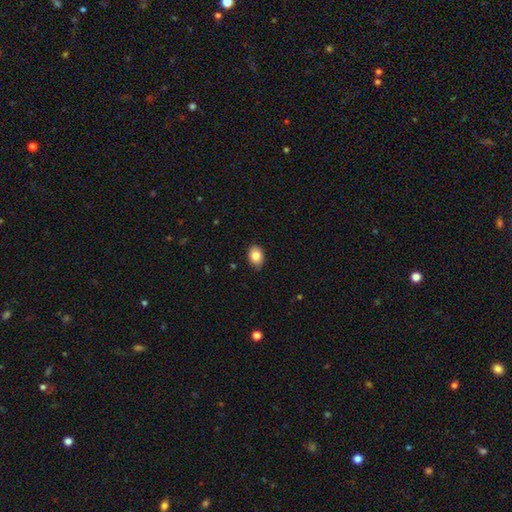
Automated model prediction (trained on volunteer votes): Smooth or featured? Predicted: smooth (p=0.85). How rounded? Predicted: in between (p=0.77). Merging? Predicted: none (p=0.86).